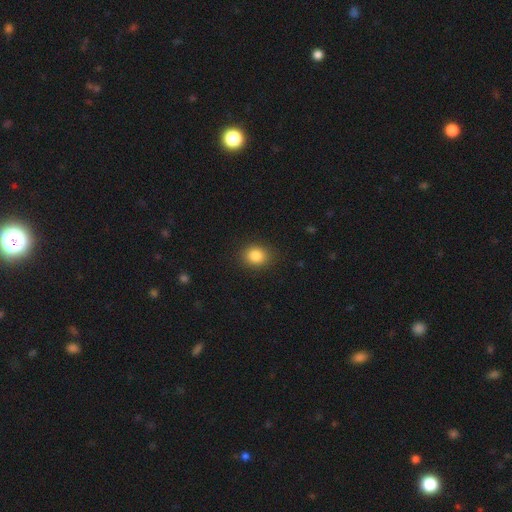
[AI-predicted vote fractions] A smooth galaxy with no disk features (85%) that is round (59%). Merging: none (88%).